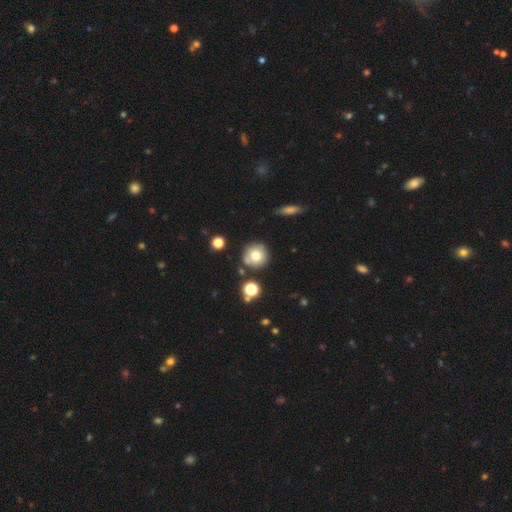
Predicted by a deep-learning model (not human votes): Smooth or featured?
  - smooth: 75% *
  - featured or disk: 13%
  - star or artifact: 12%
How rounded?
  - round: 92% *
  - in between: 7%
  - cigar-shaped: 1%
Merging?
  - none: 77% *
  - minor disturbance: 11%
  - merger: 8%
  - major disturbance: 3%